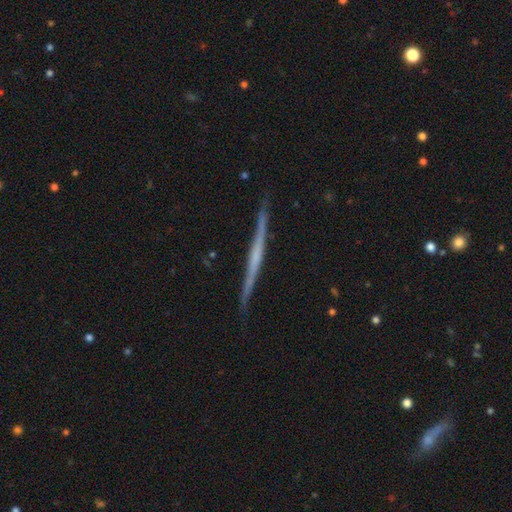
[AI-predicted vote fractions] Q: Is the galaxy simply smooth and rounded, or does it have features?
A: featured or disk — 72%.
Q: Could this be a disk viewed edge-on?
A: yes — 98%.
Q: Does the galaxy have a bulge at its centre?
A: none — 70%.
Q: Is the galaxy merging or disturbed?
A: none — 91%.